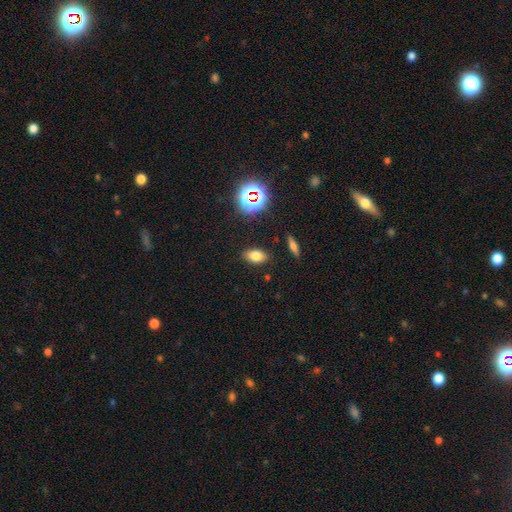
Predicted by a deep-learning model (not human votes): smooth 73%, star or artifact 16%, featured or disk 11%. Down the decision tree: how rounded — in between (85%); merging — none (86%).